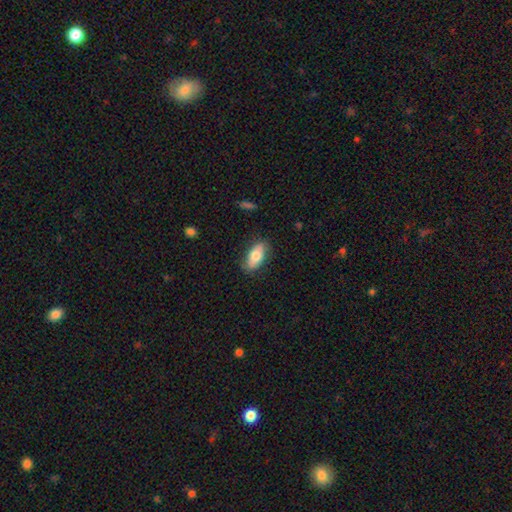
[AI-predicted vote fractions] Smooth or featured? Predicted: smooth (p=0.75). How rounded? Predicted: in between (p=0.87). Merging? Predicted: none (p=0.81).